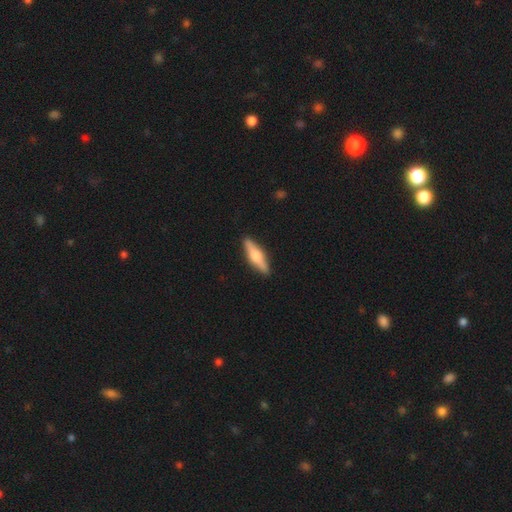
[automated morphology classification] A featured or disk galaxy (55%) viewed edge-on (95%) with a rounded central bulge (92%).

Vote fractions:
- Smooth or featured? featured or disk: 55% / smooth: 40% / star or artifact: 5%
- Edge-on disk? yes: 95% / no: 5%
- Edge-on bulge? rounded: 92% / boxy: 6% / none: 3%
- Merging? none: 91% / minor disturbance: 7% / major disturbance: 2% / merger: 1%